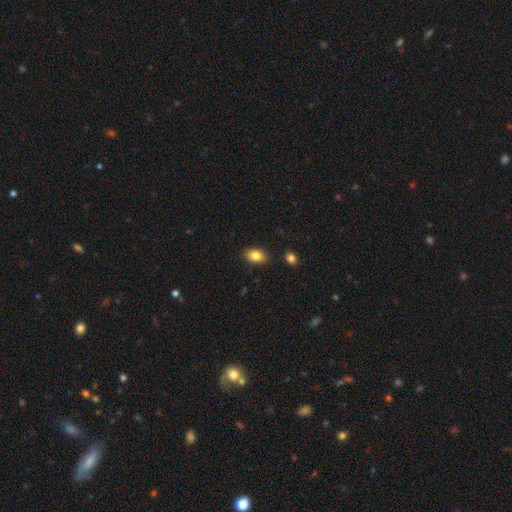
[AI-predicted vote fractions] Overall: smooth (83%). How rounded: in between (85%). Merging: none (86%).